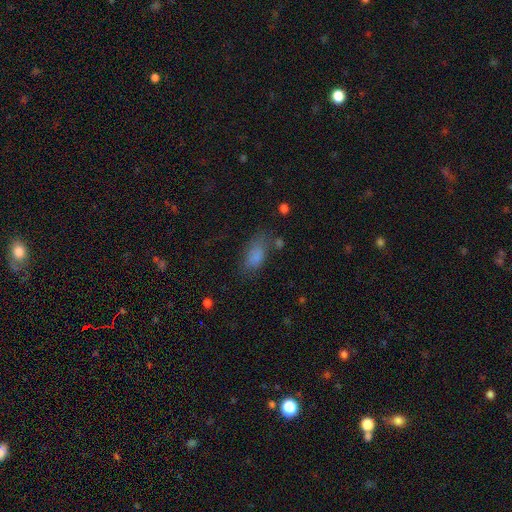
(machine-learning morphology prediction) Smooth or featured: smooth — 81% (star or artifact — 11%)
How rounded: in between — 89% (cigar-shaped — 6%)
Merging: none — 58% (minor disturbance — 25%)